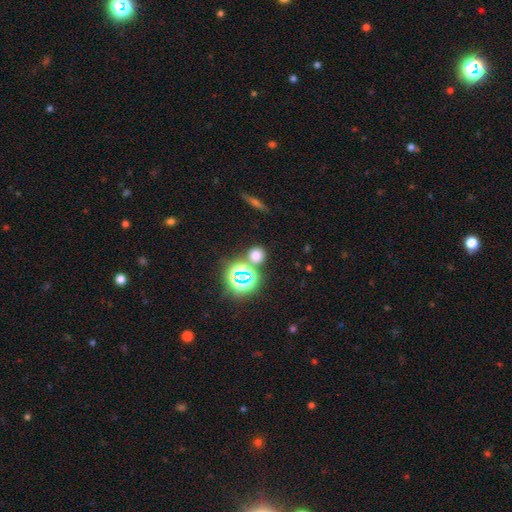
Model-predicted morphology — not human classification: Smooth or featured: smooth — 60% (star or artifact — 33%)
How rounded: round — 85% (in between — 13%)
Merging: none — 76% (merger — 13%)